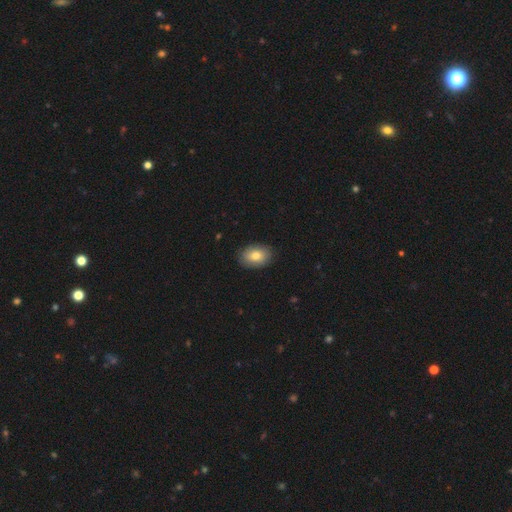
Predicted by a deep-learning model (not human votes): The model was most divided on "smooth or featured": smooth: 79%, featured or disk: 14%, star or artifact: 7%. More confident: merging — none (86%); how rounded — in between (83%).